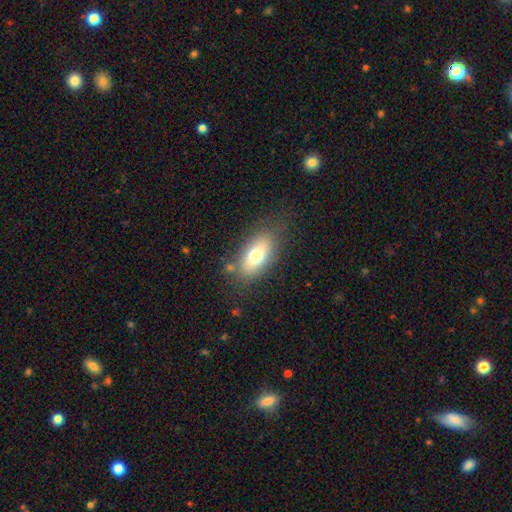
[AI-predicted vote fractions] A smooth galaxy with no disk features (69%) that is in between round and cigar-shaped (86%).

Vote fractions:
- Smooth or featured? smooth: 69% / featured or disk: 22% / star or artifact: 9%
- How rounded? in between: 86% / cigar-shaped: 8% / round: 6%
- Merging? none: 76% / minor disturbance: 15% / major disturbance: 6% / merger: 3%